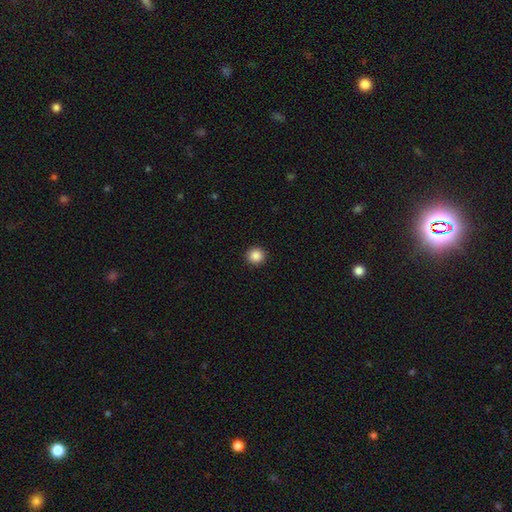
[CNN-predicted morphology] smooth_or_featured: smooth (p=0.87) [alt: star or artifact p=0.10]
how_rounded: round (p=0.95) [alt: in between p=0.04]
merging: none (p=0.93) [alt: minor disturbance p=0.04]